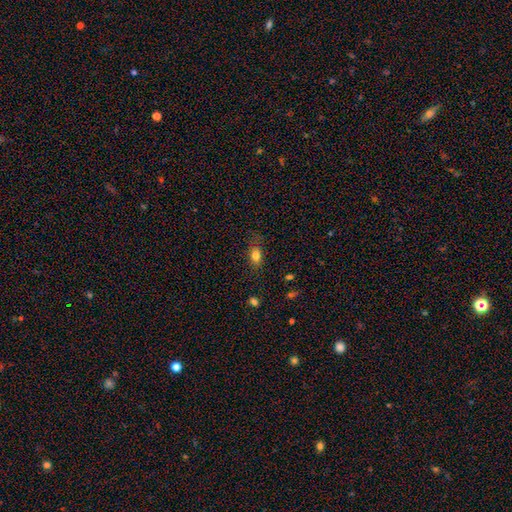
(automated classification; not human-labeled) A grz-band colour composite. It shows a smooth galaxy with no disk features (81%) that is in between round and cigar-shaped (76%). Merging: none (76%).